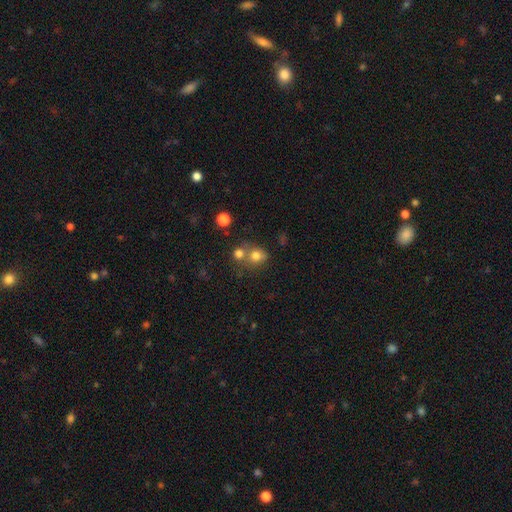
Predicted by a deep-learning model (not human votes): This is likely a smooth galaxy (76%). How rounded: likely round (74%). Merging: possibly none (47%).